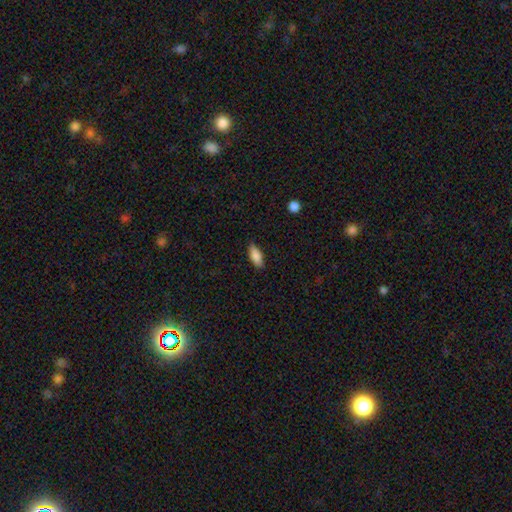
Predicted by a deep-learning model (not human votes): Smooth or featured? smooth (85%)
How rounded? in between (77%)
Merging? none (85%)